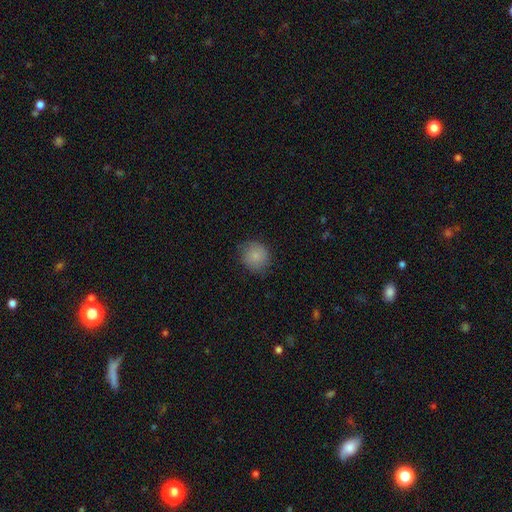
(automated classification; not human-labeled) The model was most divided on "merging": none: 79%, minor disturbance: 16%, major disturbance: 4%, merger: 1%. More confident: how rounded — round (86%); smooth or featured — smooth (84%).